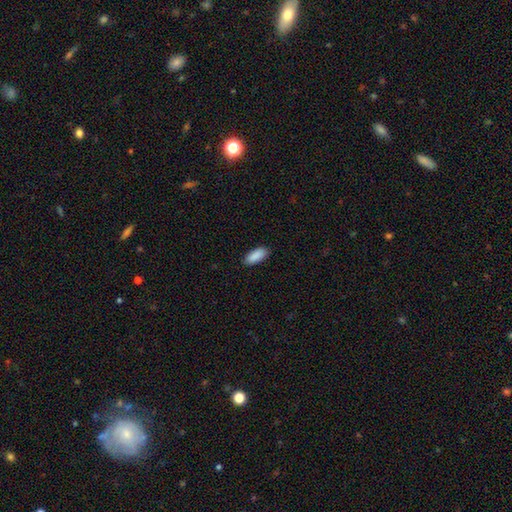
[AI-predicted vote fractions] smooth-or-featured: smooth: 90% | star or artifact: 6% | featured or disk: 4%
  how-rounded: in between: 81% | cigar-shaped: 18% | round: 2%
  merging: none: 88% | minor disturbance: 9% | major disturbance: 2% | merger: 1%